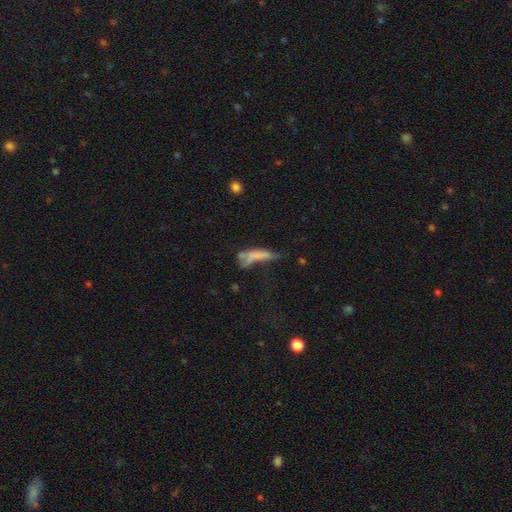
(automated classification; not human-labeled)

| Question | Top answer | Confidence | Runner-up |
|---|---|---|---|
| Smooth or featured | smooth | 57% | featured or disk (29%) |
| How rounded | cigar-shaped | 59% | in between (37%) |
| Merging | major disturbance | 34% | none (25%) |